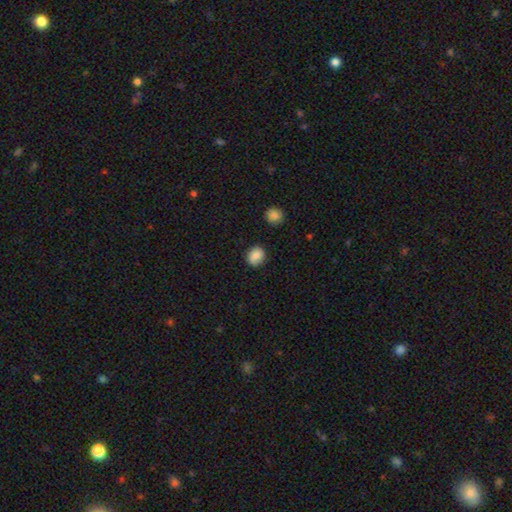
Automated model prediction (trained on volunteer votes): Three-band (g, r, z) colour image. It shows a smooth galaxy with no disk features (86%) that is round (69%). Merging: none (80%).